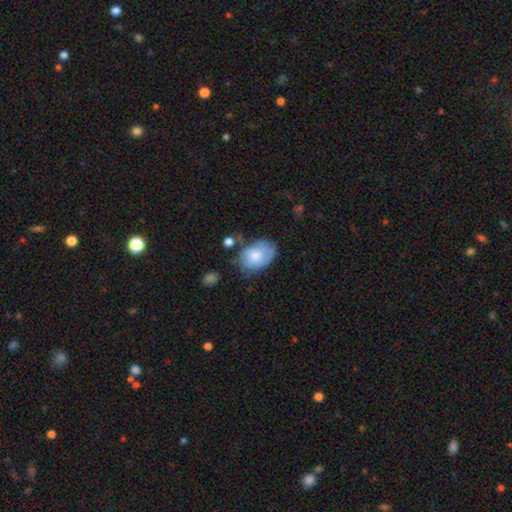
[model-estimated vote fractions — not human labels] This is likely a smooth galaxy (71%). How rounded: likely in between (80%). Merging: possibly none (55%).